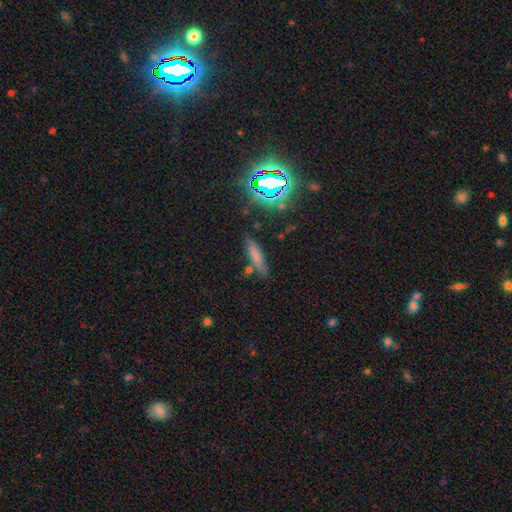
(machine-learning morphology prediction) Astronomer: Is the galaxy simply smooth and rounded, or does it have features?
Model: smooth — 67%.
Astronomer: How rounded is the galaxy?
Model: cigar-shaped — 78%.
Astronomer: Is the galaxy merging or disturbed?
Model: none — 74%.